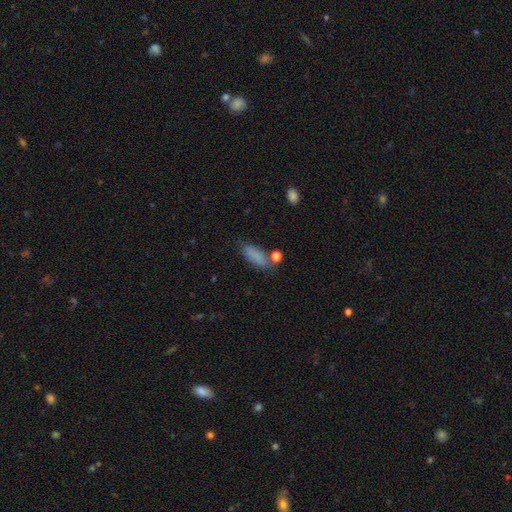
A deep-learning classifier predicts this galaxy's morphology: A smooth galaxy with no disk features (82%) that is in between round and cigar-shaped (61%). Merging: none (67%).